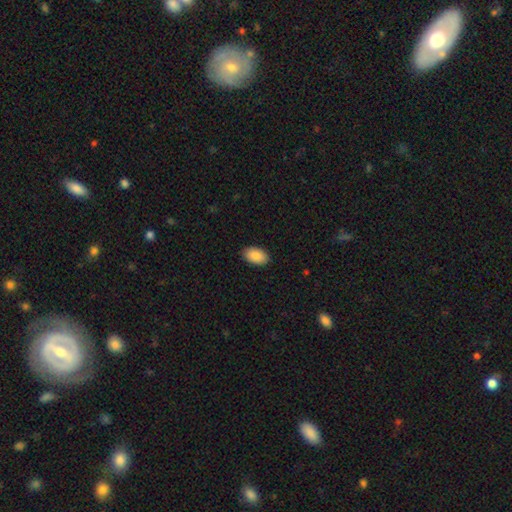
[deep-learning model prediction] This is clearly a smooth galaxy (89%). How rounded: clearly in between (95%). Merging: clearly none (89%).